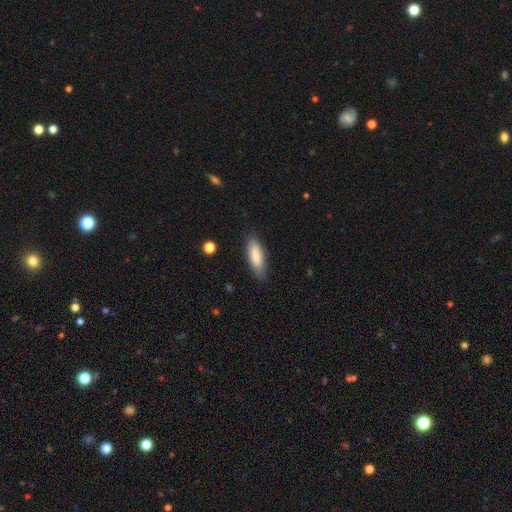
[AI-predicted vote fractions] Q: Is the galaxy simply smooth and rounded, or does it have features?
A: smooth — 85%.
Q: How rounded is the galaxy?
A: in between — 59%.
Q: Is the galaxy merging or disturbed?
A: none — 81%.